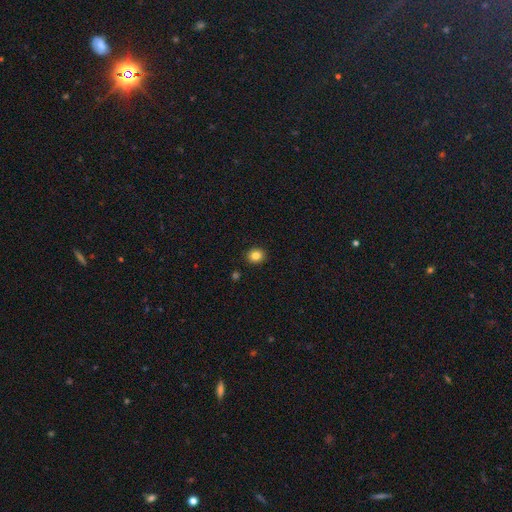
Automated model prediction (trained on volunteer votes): The model was most divided on "how rounded": round: 74%, in between: 25%, cigar-shaped: 1%. More confident: merging — none (91%); smooth or featured — smooth (83%).